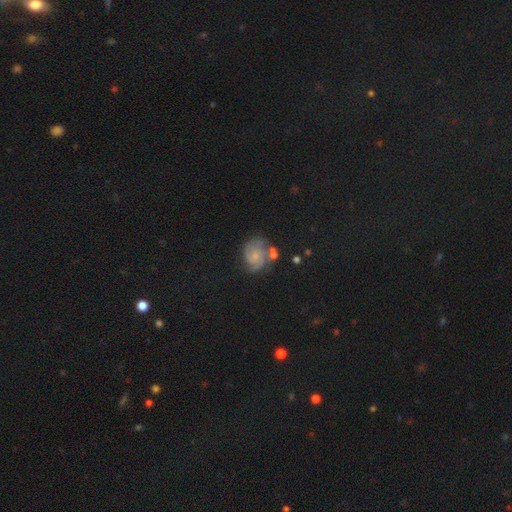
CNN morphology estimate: Smooth or featured? featured or disk (74%)
Edge-on disk? no (98%)
Bar? no (67%)
Spiral arms? yes (94%)
Spiral winding? tight (50%)
Spiral arm count? 2 (32%)
Bulge size? small (64%)
Merging? none (59%)